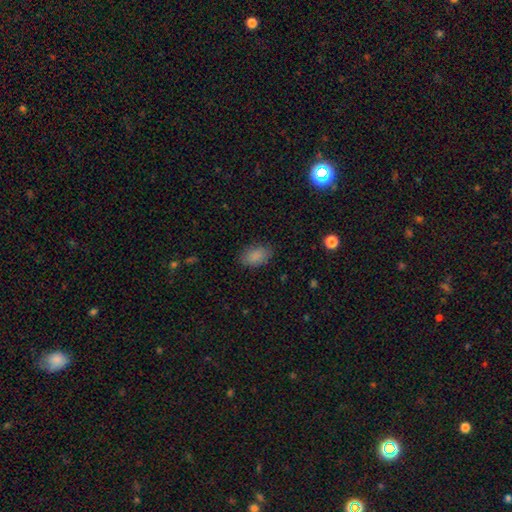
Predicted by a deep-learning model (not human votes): Smooth or featured?
  - smooth: 87% *
  - star or artifact: 8%
  - featured or disk: 5%
How rounded?
  - in between: 90% *
  - round: 8%
  - cigar-shaped: 2%
Merging?
  - none: 82% *
  - minor disturbance: 14%
  - major disturbance: 3%
  - merger: 1%